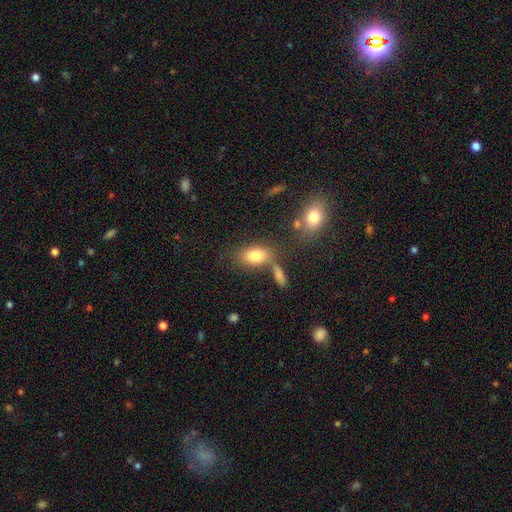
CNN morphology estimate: Q: Smooth or featured?
A: smooth (79%); runner-up: featured or disk (12%)
Q: How rounded?
A: in between (85%); runner-up: round (11%)
Q: Merging?
A: none (54%); runner-up: merger (24%)